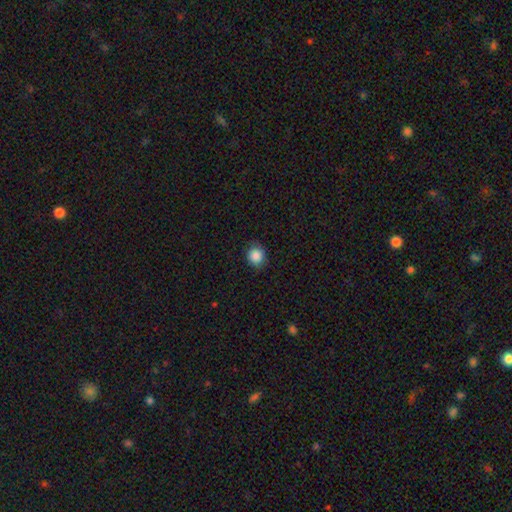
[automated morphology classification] smooth 86%, star or artifact 9%, featured or disk 4%. Down the decision tree: how rounded — round (79%); merging — none (86%).